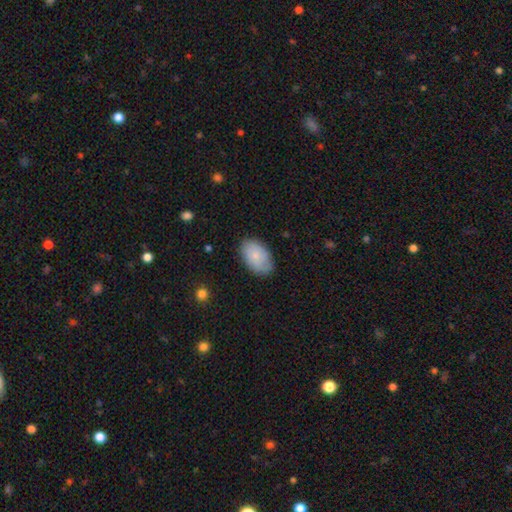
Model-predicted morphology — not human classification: smooth_or_featured: smooth (p=0.76) [alt: featured or disk p=0.17]
how_rounded: in between (p=0.92) [alt: round p=0.07]
merging: none (p=0.77) [alt: minor disturbance p=0.18]